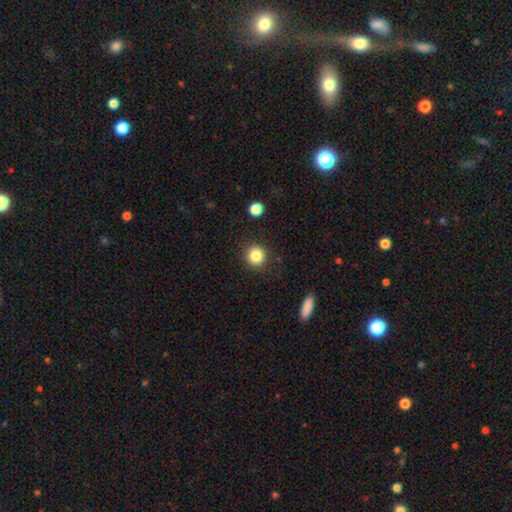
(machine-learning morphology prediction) Smooth or featured?
  - smooth: 85% *
  - star or artifact: 10%
  - featured or disk: 5%
How rounded?
  - round: 91% *
  - in between: 8%
  - cigar-shaped: 1%
Merging?
  - none: 89% *
  - minor disturbance: 7%
  - major disturbance: 2%
  - merger: 2%